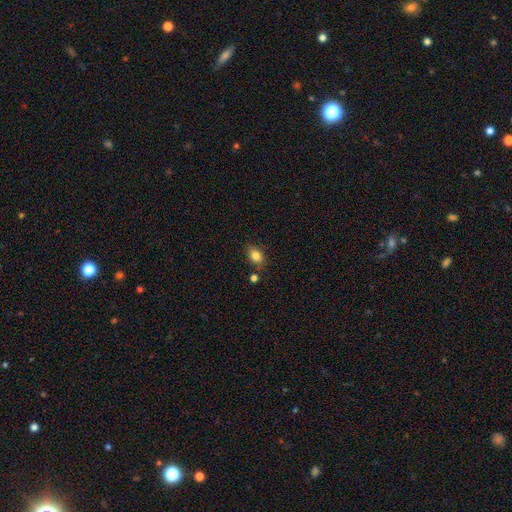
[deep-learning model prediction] Smooth or featured?
  - smooth: 83% *
  - star or artifact: 10%
  - featured or disk: 8%
How rounded?
  - in between: 74% *
  - round: 24%
  - cigar-shaped: 2%
Merging?
  - none: 76% *
  - minor disturbance: 14%
  - merger: 6%
  - major disturbance: 3%